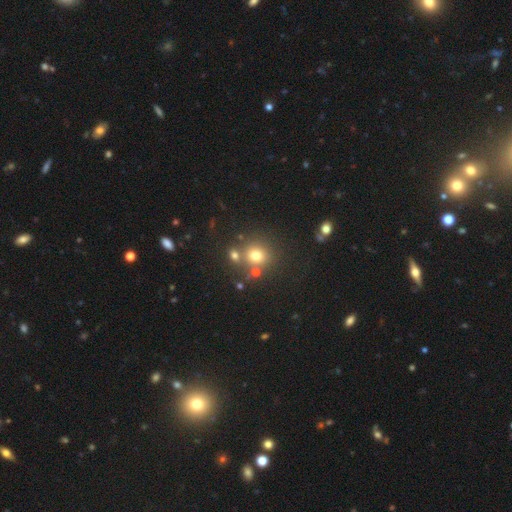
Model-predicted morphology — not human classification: A smooth galaxy with no disk features (72%) that is round (86%).

Vote fractions:
- Smooth or featured? smooth: 72% / star or artifact: 18% / featured or disk: 10%
- How rounded? round: 86% / in between: 13% / cigar-shaped: 1%
- Merging? none: 67% / merger: 20% / minor disturbance: 9% / major disturbance: 4%